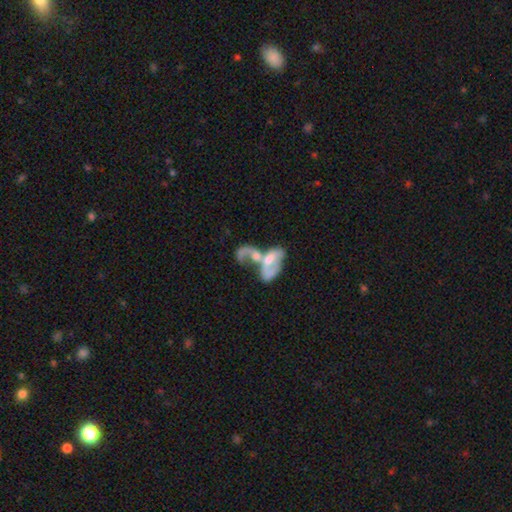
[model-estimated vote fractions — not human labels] Q: Smooth or featured?
A: featured or disk (59%); runner-up: smooth (33%)
Q: Edge-on disk?
A: no (94%); runner-up: yes (6%)
Q: Bar?
A: no (65%); runner-up: weak (26%)
Q: Spiral arms?
A: yes (51%); runner-up: no (49%)
Q: Bulge size?
A: moderate (49%); runner-up: small (18%)
Q: Merging?
A: merger (74%); runner-up: major disturbance (14%)